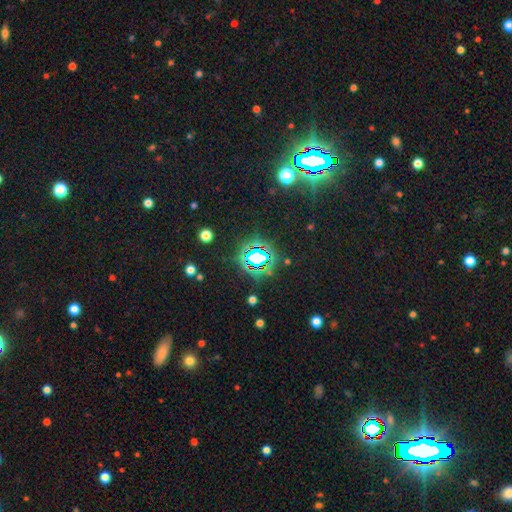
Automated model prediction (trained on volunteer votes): Smooth or featured? star or artifact (75%)